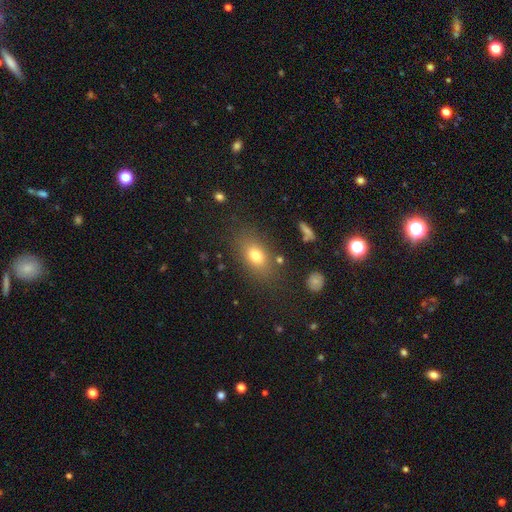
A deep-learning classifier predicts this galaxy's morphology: A smooth galaxy with no disk features (74%) that is in between round and cigar-shaped (76%).

Vote fractions:
- Smooth or featured? smooth: 74% / featured or disk: 14% / star or artifact: 13%
- How rounded? in between: 76% / round: 20% / cigar-shaped: 4%
- Merging? none: 78% / minor disturbance: 13% / major disturbance: 6% / merger: 3%